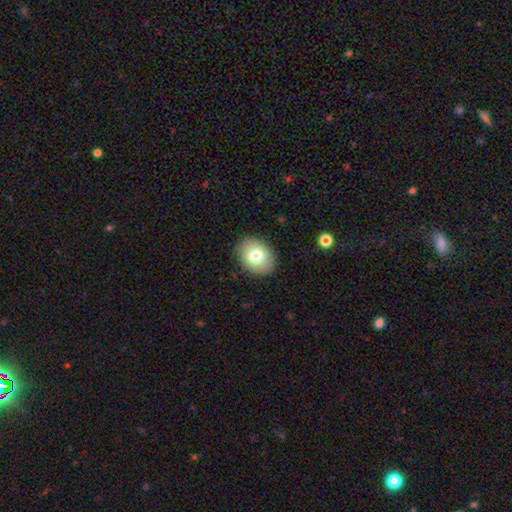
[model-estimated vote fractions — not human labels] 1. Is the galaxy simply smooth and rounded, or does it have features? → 78% smooth, 14% featured or disk, 8% star or artifact.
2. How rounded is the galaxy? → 68% in between, 31% round, 1% cigar-shaped.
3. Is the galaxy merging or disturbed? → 88% none, 8% minor disturbance, 2% major disturbance, 1% merger.